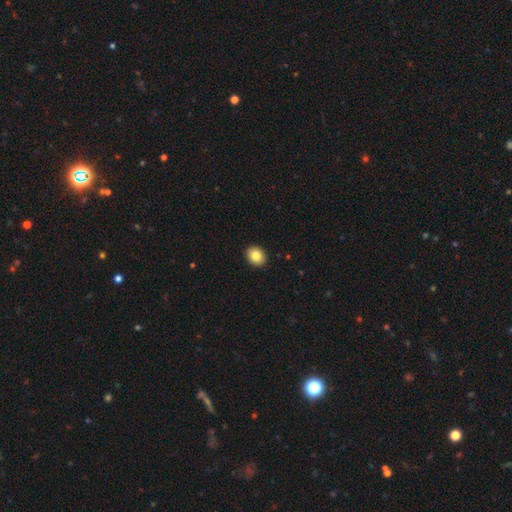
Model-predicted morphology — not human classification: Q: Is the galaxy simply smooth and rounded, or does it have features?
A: smooth — 84%.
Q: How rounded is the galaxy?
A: round — 55%.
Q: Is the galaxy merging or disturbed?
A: none — 92%.